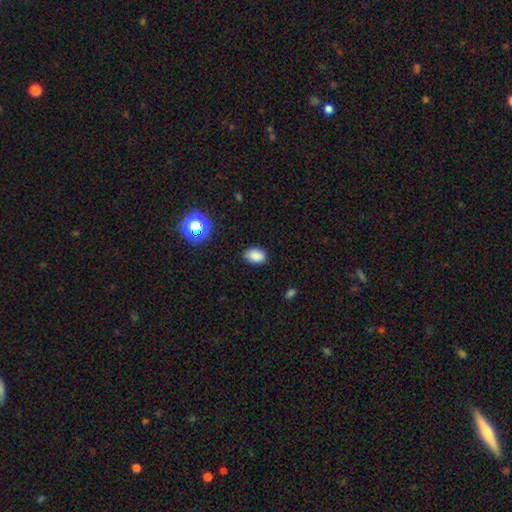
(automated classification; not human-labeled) Smooth or featured?
  - smooth: 85% *
  - star or artifact: 11%
  - featured or disk: 4%
How rounded?
  - in between: 85% *
  - round: 14%
  - cigar-shaped: 1%
Merging?
  - none: 84% *
  - minor disturbance: 12%
  - major disturbance: 3%
  - merger: 1%